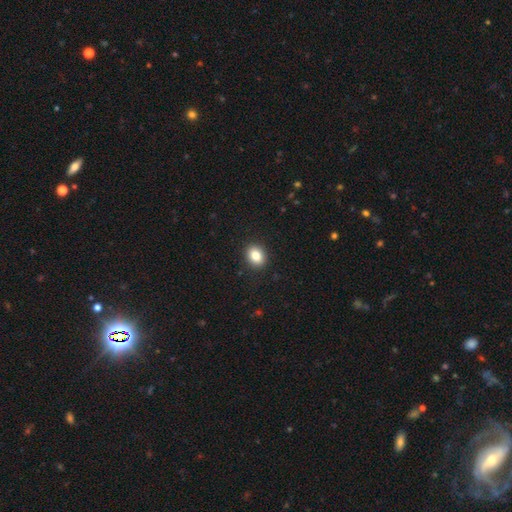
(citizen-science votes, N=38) Smooth or featured?
  - smooth: 87% *
  - star or artifact: 8%
  - featured or disk: 5%
How rounded?
  - in between: 64% *
  - round: 36%
  - cigar-shaped: 0%
Merging?
  - none: 91% *
  - minor disturbance: 9%
  - major disturbance: 0%
  - merger: 0%